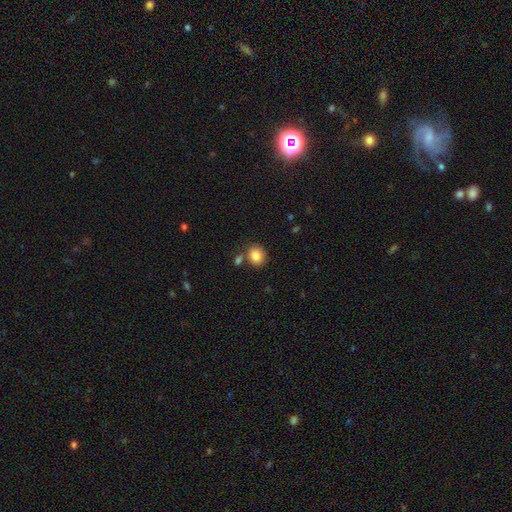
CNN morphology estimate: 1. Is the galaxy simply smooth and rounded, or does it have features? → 84% smooth, 9% star or artifact, 7% featured or disk.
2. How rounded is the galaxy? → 69% round, 30% in between, 1% cigar-shaped.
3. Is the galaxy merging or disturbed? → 70% none, 15% merger, 12% minor disturbance, 3% major disturbance.